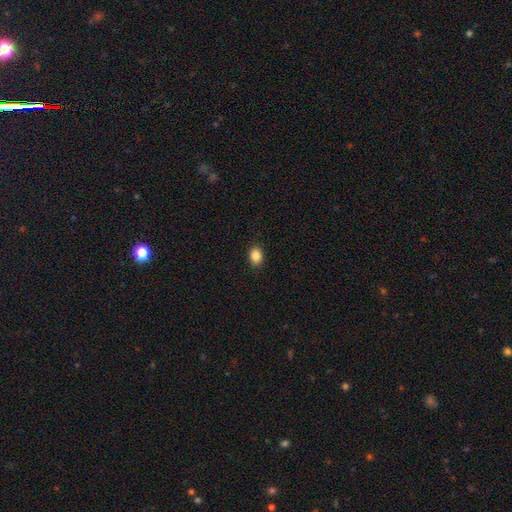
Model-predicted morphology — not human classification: Smooth or featured? smooth (87%)
How rounded? in between (65%)
Merging? none (89%)